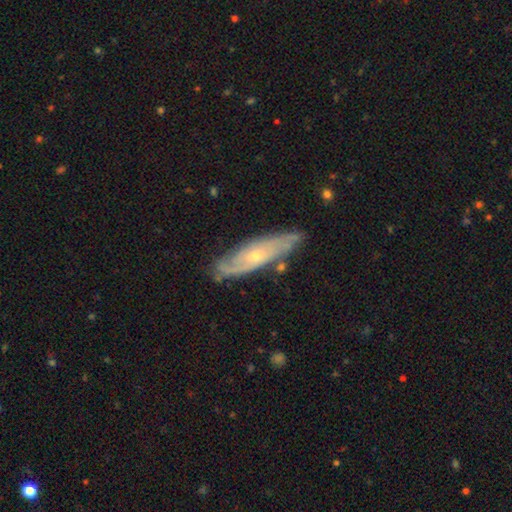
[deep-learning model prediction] Smooth or featured?
  - featured or disk: 75% *
  - smooth: 19%
  - star or artifact: 6%
Edge-on disk?
  - no: 74% *
  - yes: 26%
Bar?
  - no: 72% *
  - weak: 23%
  - strong: 5%
Spiral arms?
  - yes: 89% *
  - no: 11%
Bulge size?
  - small: 70% *
  - moderate: 27%
  - none: 1%
  - large: 1%
  - dominant: 1%
Merging?
  - none: 75% *
  - minor disturbance: 18%
  - major disturbance: 4%
  - merger: 3%